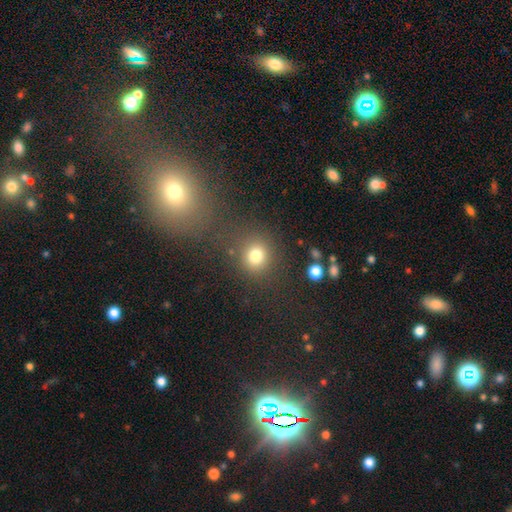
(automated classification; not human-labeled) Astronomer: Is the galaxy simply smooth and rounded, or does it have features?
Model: smooth — 79%.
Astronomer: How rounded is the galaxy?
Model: round — 84%.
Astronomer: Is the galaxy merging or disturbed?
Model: none — 73%.